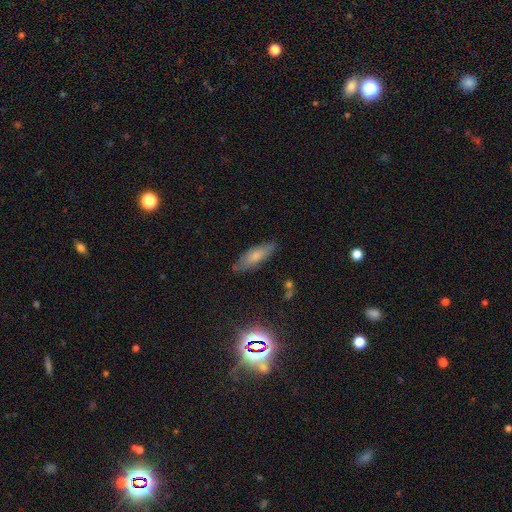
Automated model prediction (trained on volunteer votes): This is likely a smooth galaxy (70%). How rounded: possibly in between (57%). Merging: likely none (77%).